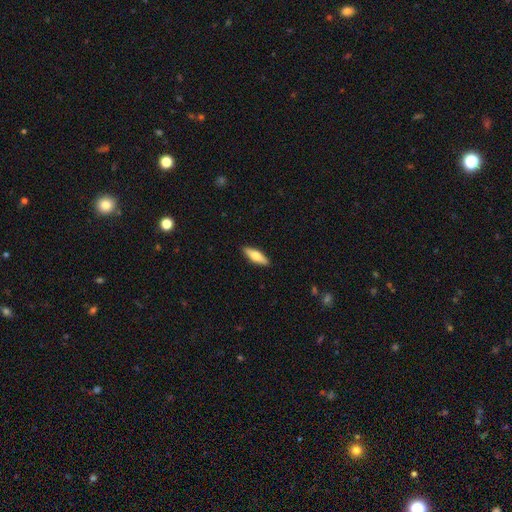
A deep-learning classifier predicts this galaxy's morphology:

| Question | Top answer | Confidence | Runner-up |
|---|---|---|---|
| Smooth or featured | smooth | 56% | featured or disk (38%) |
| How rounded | cigar-shaped | 50% | in between (48%) |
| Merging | none | 90% | minor disturbance (7%) |